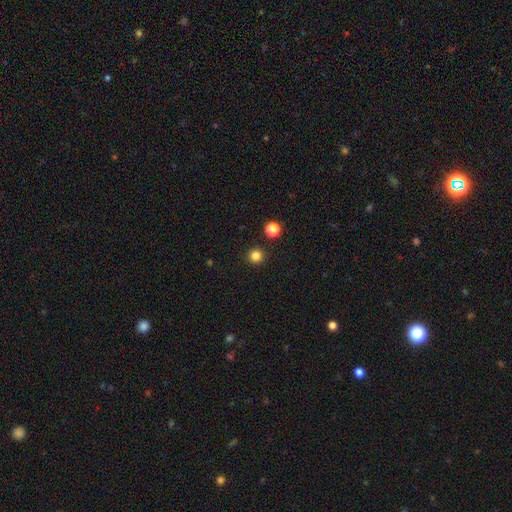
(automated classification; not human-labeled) Smooth or featured: smooth — 83% (star or artifact — 14%)
How rounded: round — 96% (in between — 3%)
Merging: none — 92% (minor disturbance — 4%)